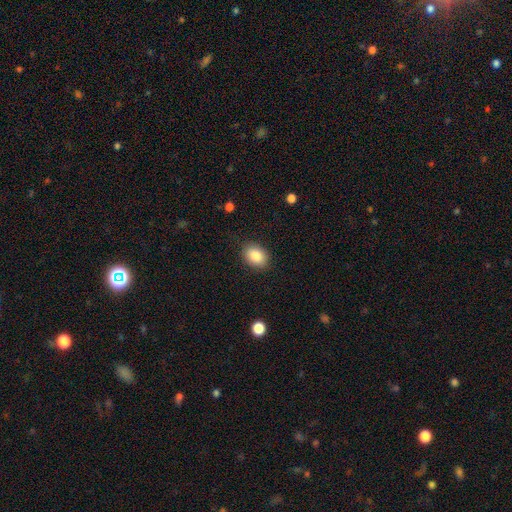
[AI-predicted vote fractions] Smooth or featured: smooth — 86% (star or artifact — 8%)
How rounded: in between — 69% (round — 31%)
Merging: none — 86% (minor disturbance — 10%)